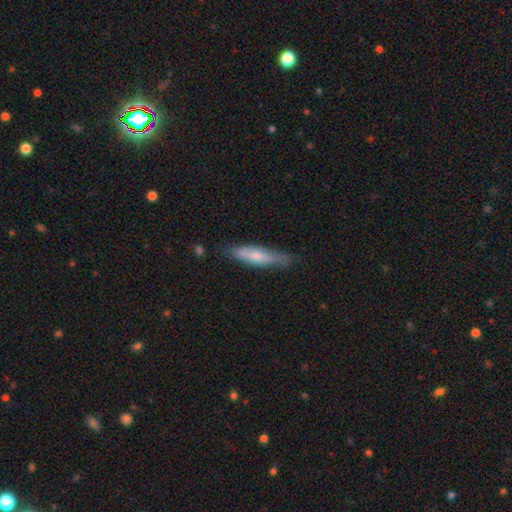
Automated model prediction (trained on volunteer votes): Smooth or featured? Predicted: smooth (p=0.61). How rounded? Predicted: cigar-shaped (p=0.74). Merging? Predicted: none (p=0.67).